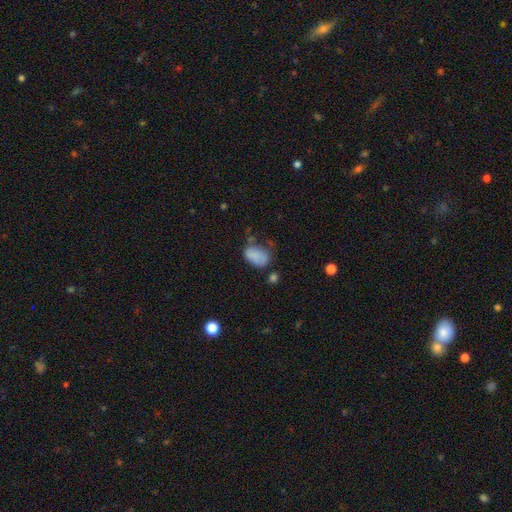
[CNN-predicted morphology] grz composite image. It shows a smooth galaxy with no disk features (80%) that is in between round and cigar-shaped (85%). Merging: none (44%).